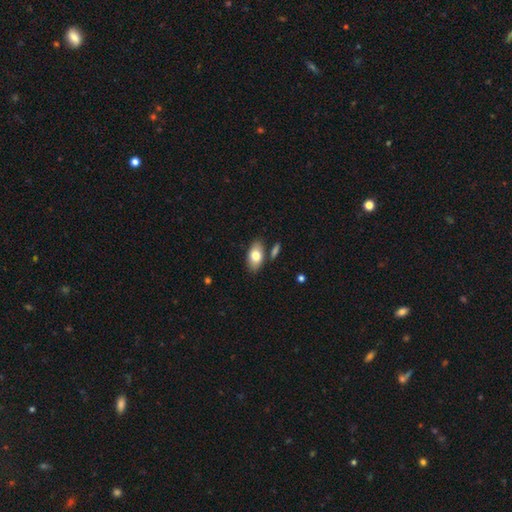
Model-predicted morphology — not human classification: This appears to be a smooth galaxy with no disk features (77%) that is in between round and cigar-shaped (92%). Merging: none (79%).